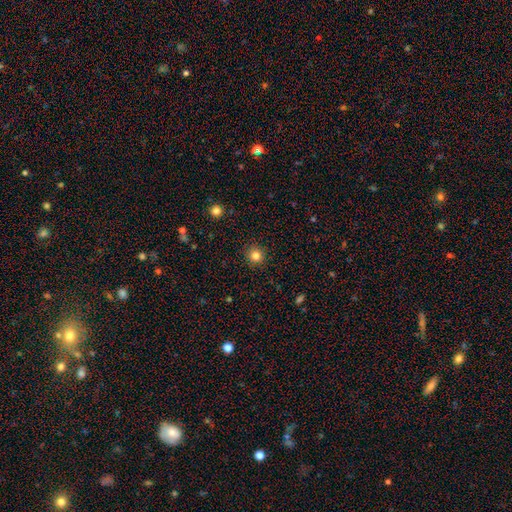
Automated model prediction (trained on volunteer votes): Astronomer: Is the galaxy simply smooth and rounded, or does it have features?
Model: smooth — 82%.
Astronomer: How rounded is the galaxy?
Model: round — 93%.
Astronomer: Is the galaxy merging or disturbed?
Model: none — 91%.